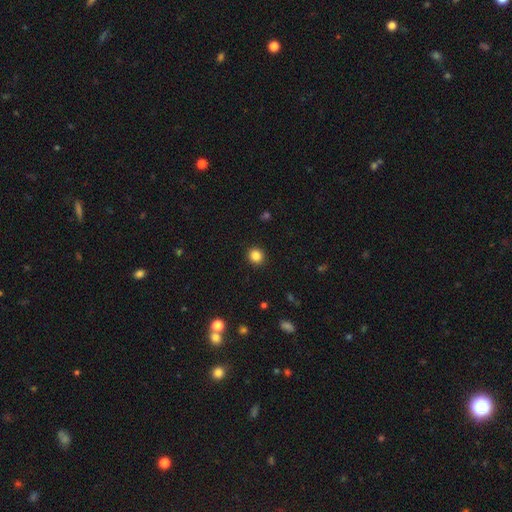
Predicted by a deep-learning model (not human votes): smooth_or_featured: smooth (p=0.85) [alt: star or artifact p=0.11]
how_rounded: round (p=0.89) [alt: in between p=0.10]
merging: none (p=0.92) [alt: minor disturbance p=0.05]